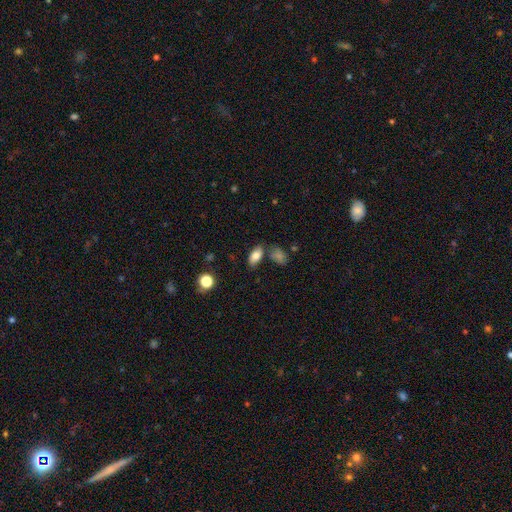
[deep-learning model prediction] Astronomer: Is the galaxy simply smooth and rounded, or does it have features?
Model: smooth — 82%.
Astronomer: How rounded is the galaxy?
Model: in between — 90%.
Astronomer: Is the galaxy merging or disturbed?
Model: none — 70%.